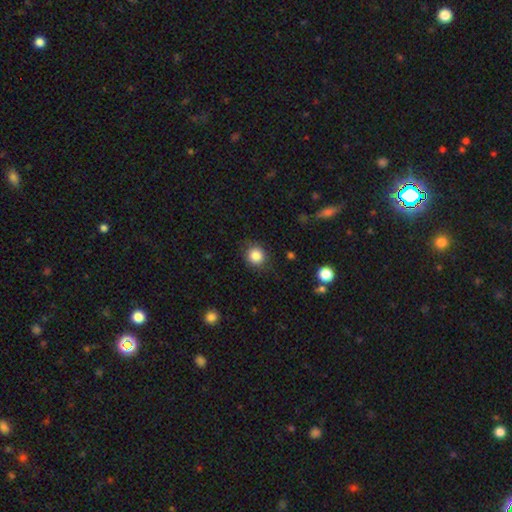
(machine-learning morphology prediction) Smooth or featured?
  - smooth: 85% *
  - star or artifact: 10%
  - featured or disk: 5%
How rounded?
  - round: 89% *
  - in between: 10%
  - cigar-shaped: 1%
Merging?
  - none: 86% *
  - minor disturbance: 10%
  - major disturbance: 3%
  - merger: 1%